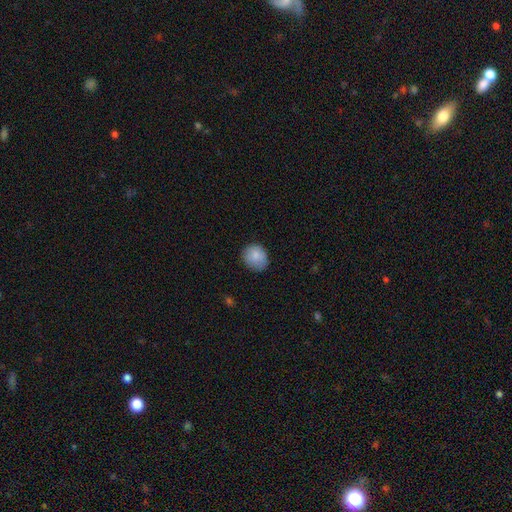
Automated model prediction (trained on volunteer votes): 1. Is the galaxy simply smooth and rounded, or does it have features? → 84% smooth, 8% featured or disk, 7% star or artifact.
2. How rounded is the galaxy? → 74% round, 25% in between, 1% cigar-shaped.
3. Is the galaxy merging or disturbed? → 77% none, 19% minor disturbance, 3% major disturbance, 1% merger.